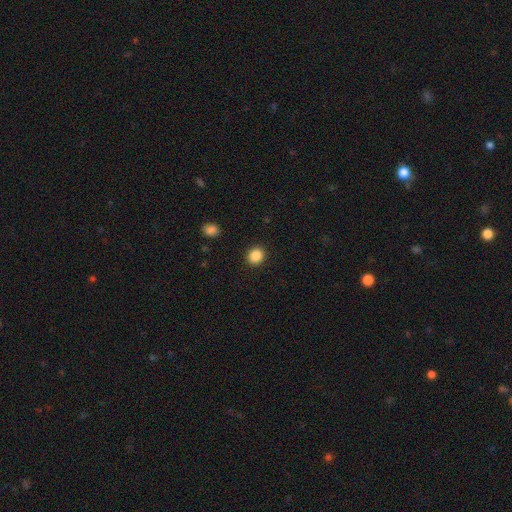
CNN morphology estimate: This appears to be a smooth galaxy with no disk features (87%) that is round (78%). Merging: none (91%).